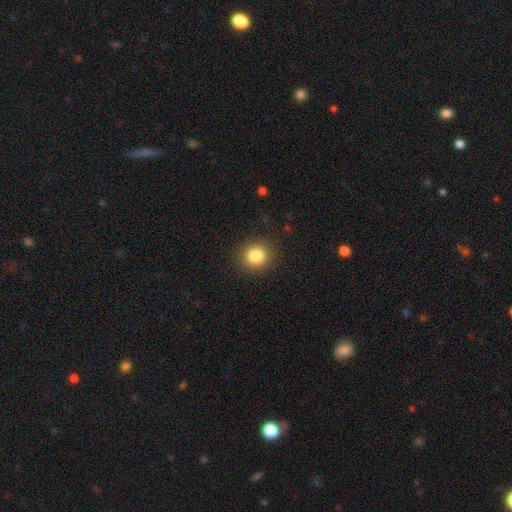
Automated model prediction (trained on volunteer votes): smooth-or-featured: smooth: 84% | star or artifact: 11% | featured or disk: 5%
  how-rounded: round: 90% | in between: 9% | cigar-shaped: 1%
  merging: none: 90% | minor disturbance: 7% | major disturbance: 3% | merger: 1%